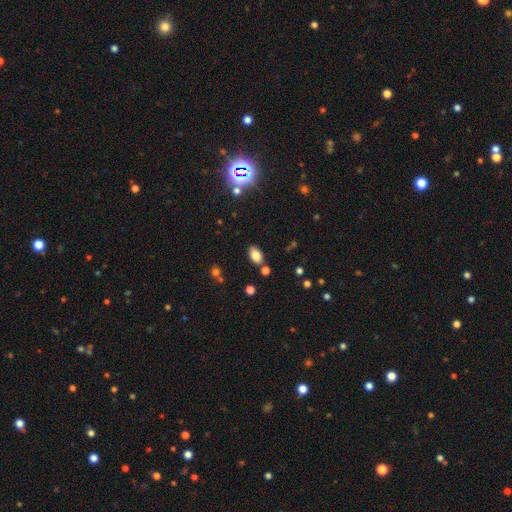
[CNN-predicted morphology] Smooth or featured: smooth — 82% (star or artifact — 10%)
How rounded: in between — 90% (round — 9%)
Merging: none — 79% (minor disturbance — 11%)